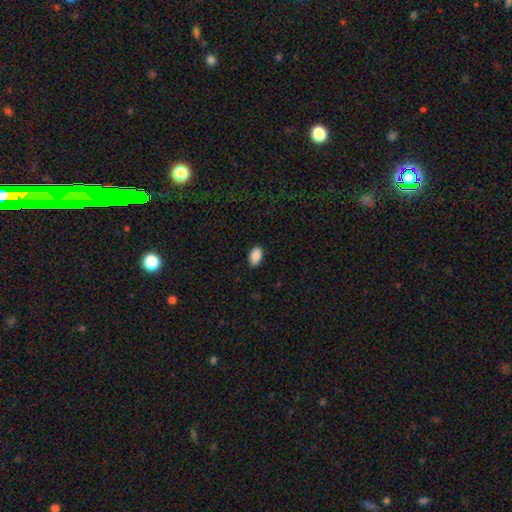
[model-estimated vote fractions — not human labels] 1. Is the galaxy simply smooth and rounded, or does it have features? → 90% smooth, 7% star or artifact, 3% featured or disk.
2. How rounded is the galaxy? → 92% in between, 7% round, 1% cigar-shaped.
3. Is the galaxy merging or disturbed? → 89% none, 8% minor disturbance, 2% major disturbance, 1% merger.